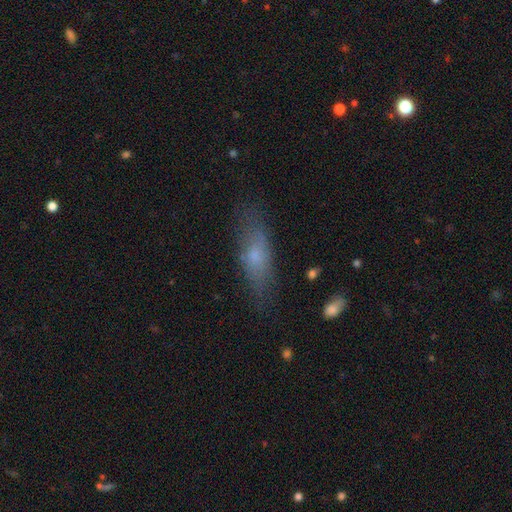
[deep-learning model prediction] Smooth or featured: smooth — 63% (featured or disk — 28%)
How rounded: in between — 53% (cigar-shaped — 44%)
Merging: none — 71% (minor disturbance — 19%)